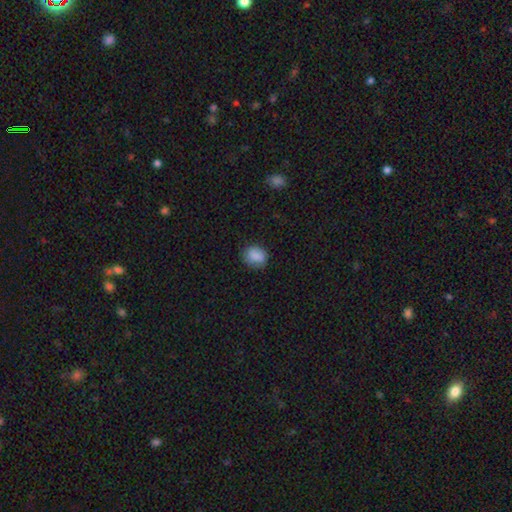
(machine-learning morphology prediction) This appears to be a smooth galaxy with no disk features (85%) that is round (61%). Merging: none (81%).